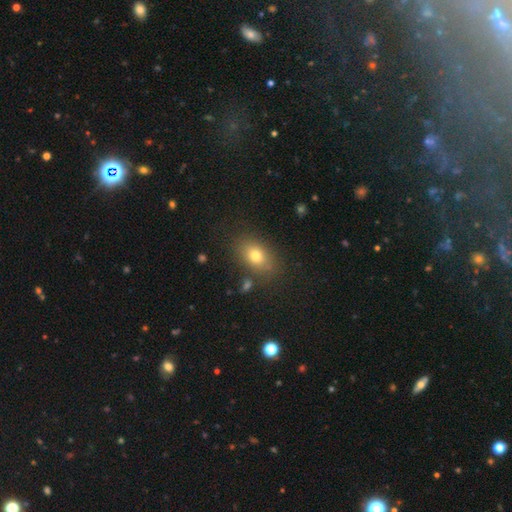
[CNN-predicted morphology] Overall: smooth (76%). How rounded: in between (76%). Merging: none (81%).